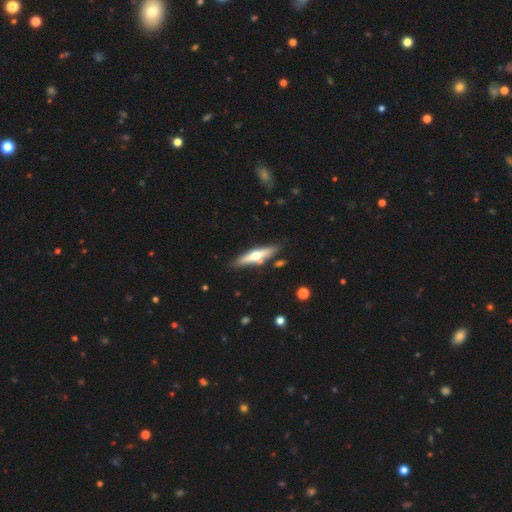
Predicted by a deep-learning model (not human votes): Q: Smooth or featured?
A: featured or disk (57%); runner-up: smooth (37%)
Q: Edge-on disk?
A: yes (93%); runner-up: no (7%)
Q: Edge-on bulge?
A: rounded (91%); runner-up: none (5%)
Q: Merging?
A: none (79%); runner-up: minor disturbance (12%)